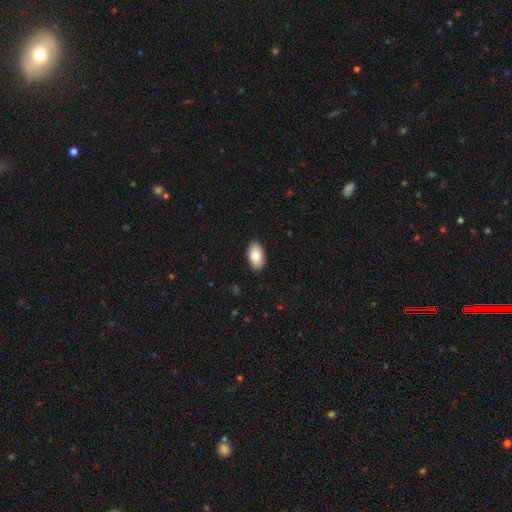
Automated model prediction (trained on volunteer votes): smooth-or-featured: smooth: 87% | featured or disk: 7% | star or artifact: 6%
  how-rounded: in between: 95% | round: 3% | cigar-shaped: 2%
  merging: none: 90% | minor disturbance: 8% | major disturbance: 2% | merger: 1%